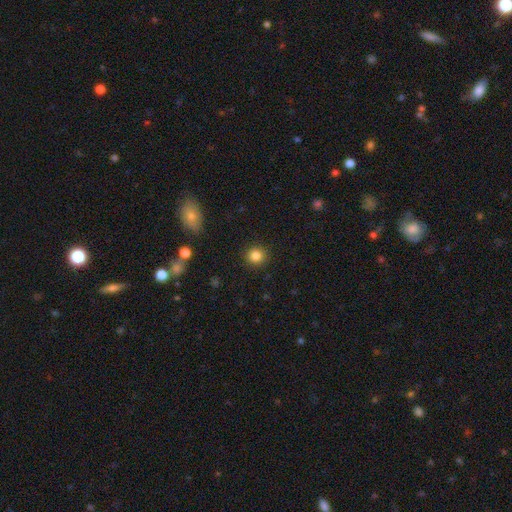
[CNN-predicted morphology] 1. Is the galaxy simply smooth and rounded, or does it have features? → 85% smooth, 11% star or artifact, 4% featured or disk.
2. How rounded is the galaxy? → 92% round, 7% in between, 1% cigar-shaped.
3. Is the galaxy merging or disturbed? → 91% none, 6% minor disturbance, 2% major disturbance, 1% merger.